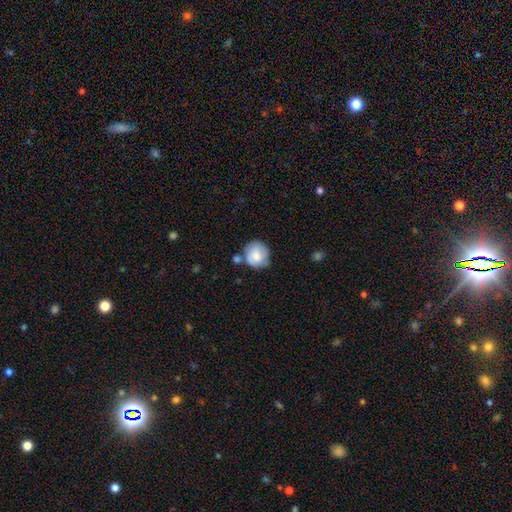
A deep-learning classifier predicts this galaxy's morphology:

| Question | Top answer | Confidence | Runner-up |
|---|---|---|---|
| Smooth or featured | smooth | 70% | featured or disk (22%) |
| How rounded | round | 86% | in between (13%) |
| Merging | none | 61% | minor disturbance (21%) |